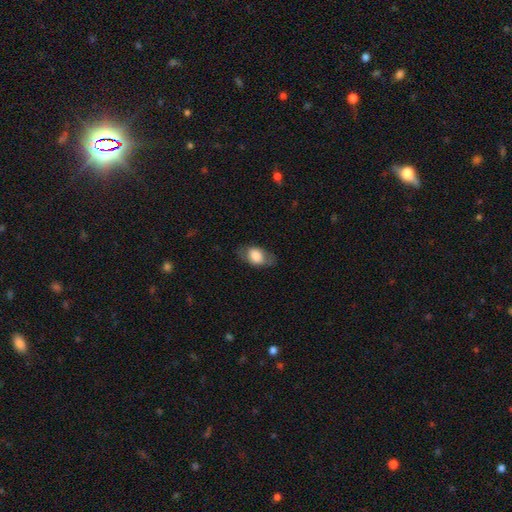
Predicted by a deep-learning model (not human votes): Smooth or featured? Predicted: smooth (p=0.71). How rounded? Predicted: in between (p=0.84). Merging? Predicted: none (p=0.73).